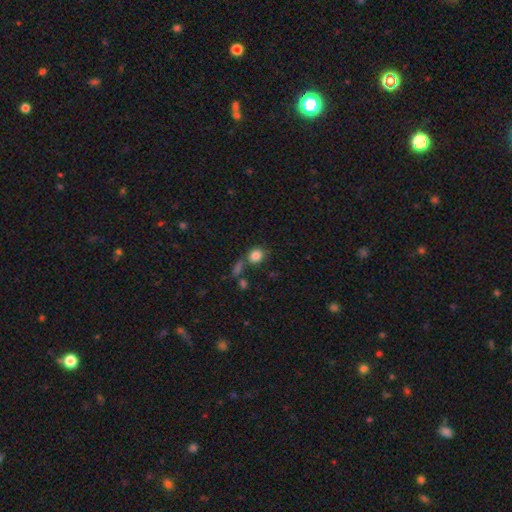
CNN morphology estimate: type=smooth (84%); roundness=round (73%); merging=none (64%).